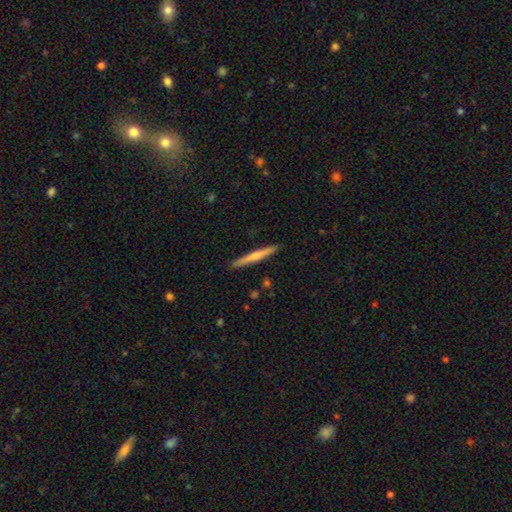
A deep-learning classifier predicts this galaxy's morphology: This appears to be a smooth galaxy with no disk features (48%). Merging: none (91%).